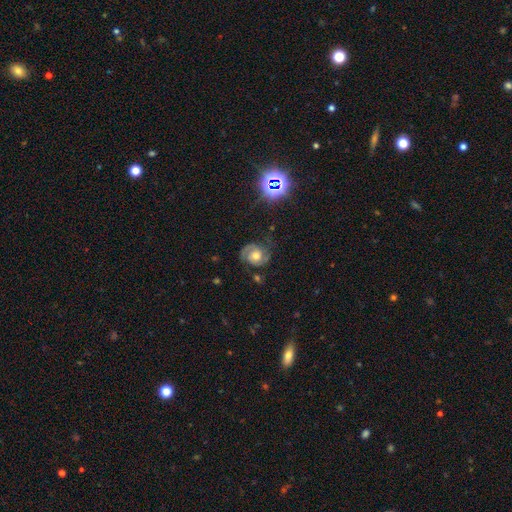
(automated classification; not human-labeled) This appears to be a featured or disk galaxy (69%) with no bar (71%), 2 (76%) tight (45%) spiral arms (89%) and a moderate central bulge (63%). Merging: none (66%).